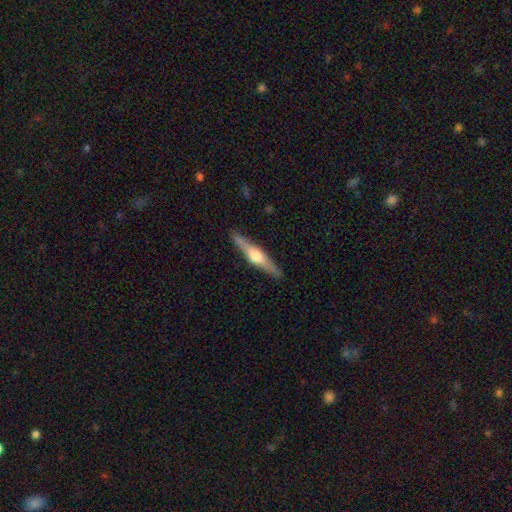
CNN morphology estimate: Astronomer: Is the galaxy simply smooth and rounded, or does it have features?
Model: featured or disk — 70%.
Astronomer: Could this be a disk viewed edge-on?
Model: yes — 97%.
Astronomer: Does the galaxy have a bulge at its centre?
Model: rounded — 89%.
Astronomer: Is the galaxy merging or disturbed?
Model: none — 90%.